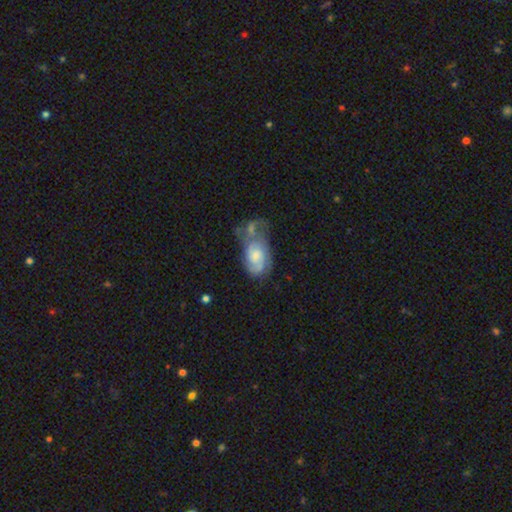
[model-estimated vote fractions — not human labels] Smooth or featured? Predicted: featured or disk (p=0.67). Edge-on disk? Predicted: no (p=0.96). Bar? Predicted: no (p=0.65). Spiral arms? Predicted: yes (p=0.87). Spiral winding? Predicted: tight (p=0.50). Spiral arm count? Predicted: 2 (p=0.51). Bulge size? Predicted: moderate (p=0.42). Merging? Predicted: none (p=0.29).